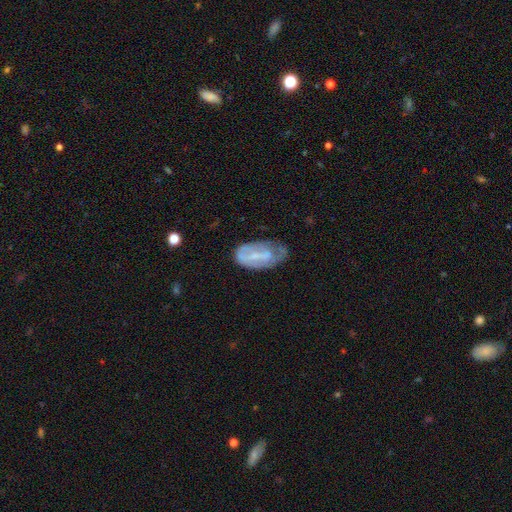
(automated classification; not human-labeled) smooth-or-featured: featured or disk: 57% | smooth: 36% | star or artifact: 7%
  disk-edge-on: no: 93% | yes: 7%
    bar: weak: 41% | no: 32% | strong: 27%
    has-spiral-arms: yes: 51% | no: 49%
    bulge-size: small: 50% | moderate: 24% | none: 22% | large: 2% | dominant: 1%
  merging: none: 43% | minor disturbance: 35% | major disturbance: 19% | merger: 3%